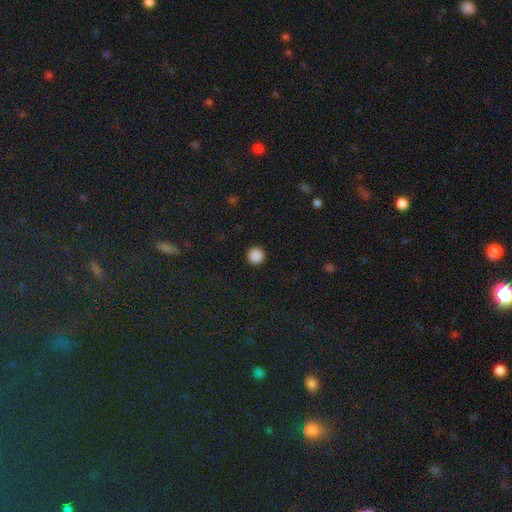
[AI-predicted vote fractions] The model was most divided on "smooth or featured": smooth: 88%, star or artifact: 10%, featured or disk: 2%. More confident: how rounded — round (95%); merging — none (93%).